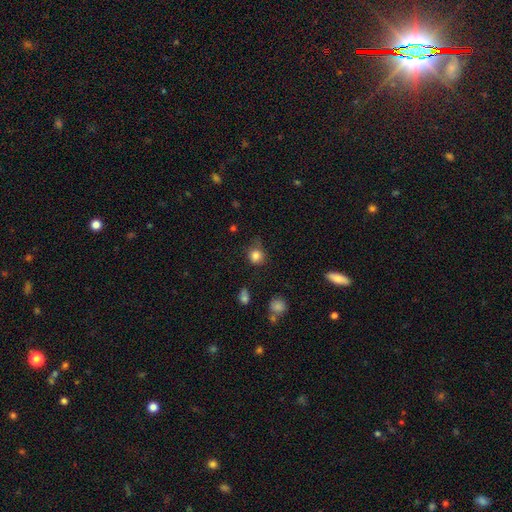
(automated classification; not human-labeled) Morphology: type=smooth (83%); roundness=round (87%); merging=none (70%).